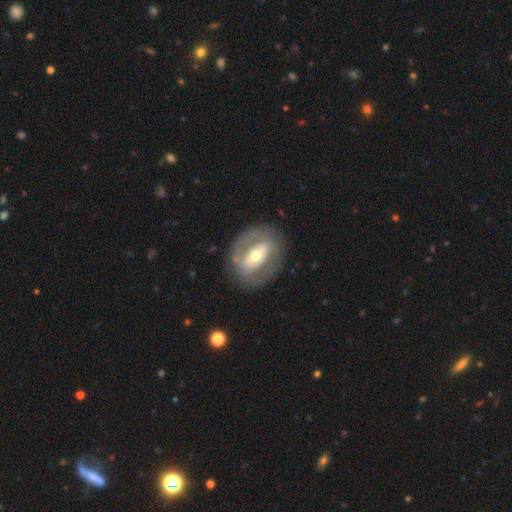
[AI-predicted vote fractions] This appears to be a featured or disk galaxy (72%) with a strong bar (37%), spiral arms (55%) and a moderate central bulge (64%). Merging: none (78%).